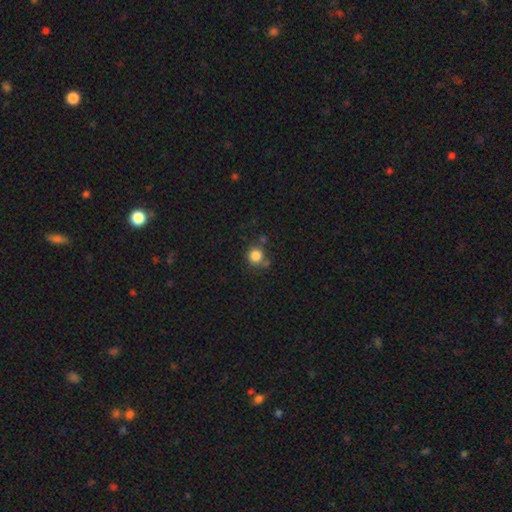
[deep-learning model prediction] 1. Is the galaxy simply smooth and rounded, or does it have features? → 84% smooth, 11% star or artifact, 5% featured or disk.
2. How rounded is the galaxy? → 91% round, 8% in between, 1% cigar-shaped.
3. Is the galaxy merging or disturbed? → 69% none, 14% minor disturbance, 13% merger, 5% major disturbance.